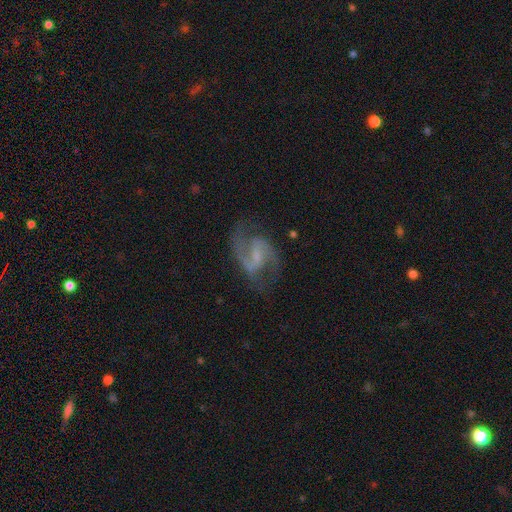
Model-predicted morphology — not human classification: Overall: featured or disk (88%). Edge-on disk: no (98%). Bar: weak (56%; strong 25%). Spiral arms: yes (97%). Spiral arm count: 2 (92%). Spiral winding: medium (58%; loose 30%). Bulge size: small (41%; none 37%). Merging: none (73%).